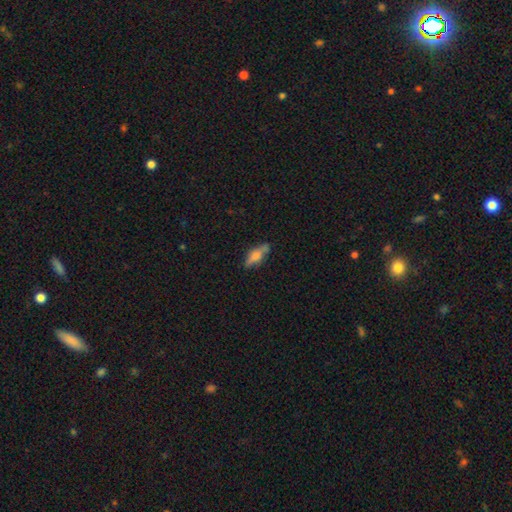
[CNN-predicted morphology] Smooth or featured: smooth — 58% (featured or disk — 34%)
How rounded: in between — 56% (cigar-shaped — 41%)
Merging: none — 74% (minor disturbance — 20%)